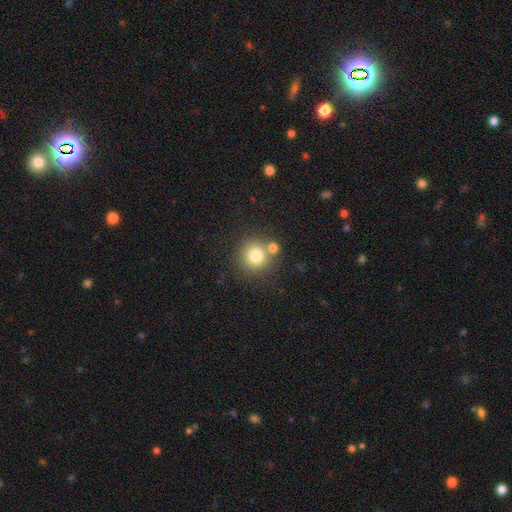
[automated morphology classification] type=smooth (78%); roundness=round (93%); merging=none (73%).